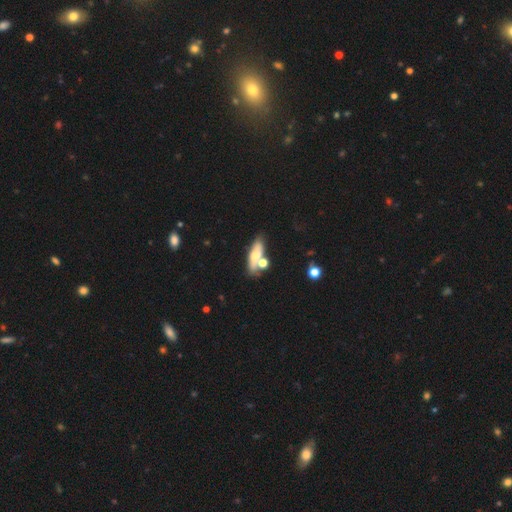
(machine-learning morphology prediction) Smooth or featured? Predicted: smooth (p=0.49). Merging? Predicted: none (p=0.47).